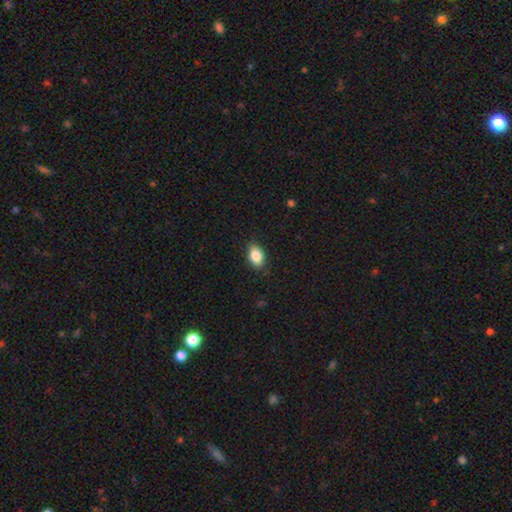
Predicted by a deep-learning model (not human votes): This appears to be a smooth galaxy with no disk features (85%) that is in between round and cigar-shaped (87%). Merging: none (86%).